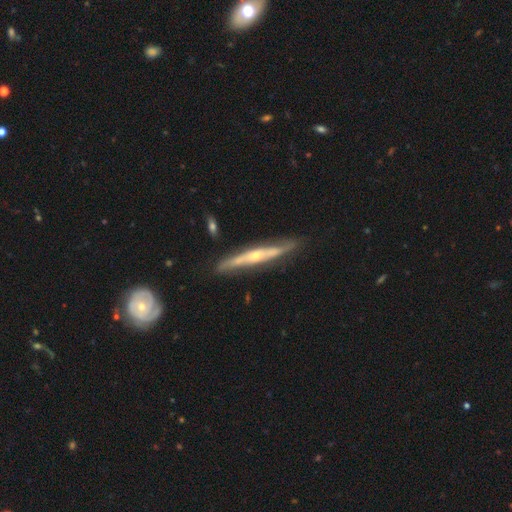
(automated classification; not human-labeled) Smooth or featured? featured or disk (75%)
Edge-on disk? yes (87%)
Edge-on bulge? rounded (79%)
Merging? none (77%)